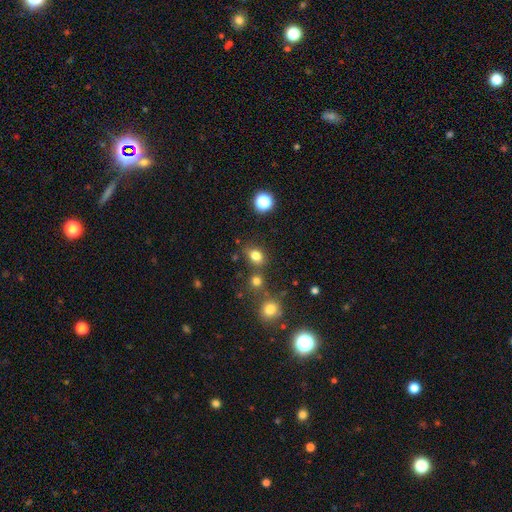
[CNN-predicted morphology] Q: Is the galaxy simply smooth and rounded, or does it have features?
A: smooth — 79%.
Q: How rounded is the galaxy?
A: in between — 57%.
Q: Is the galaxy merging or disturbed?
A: none — 71%.